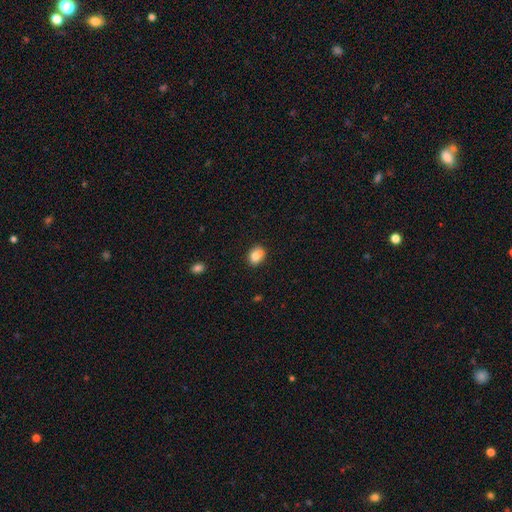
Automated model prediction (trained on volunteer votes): This appears to be a smooth galaxy with no disk features (79%) that is in between round and cigar-shaped (58%). Merging: none (60%).